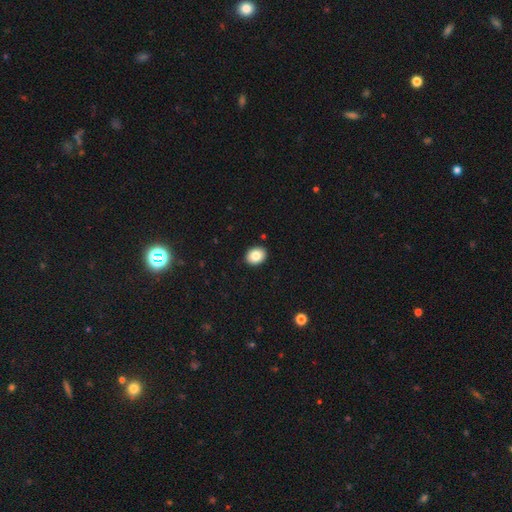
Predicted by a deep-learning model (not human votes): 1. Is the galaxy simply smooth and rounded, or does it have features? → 86% smooth, 8% star or artifact, 6% featured or disk.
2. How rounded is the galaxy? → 59% in between, 40% round, 1% cigar-shaped.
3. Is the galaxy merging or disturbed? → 91% none, 6% minor disturbance, 2% major disturbance, 1% merger.